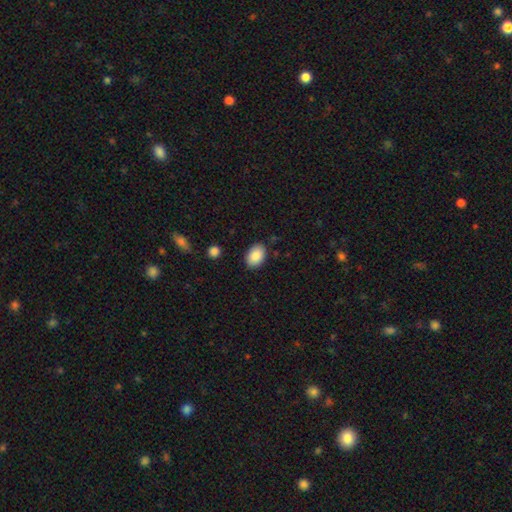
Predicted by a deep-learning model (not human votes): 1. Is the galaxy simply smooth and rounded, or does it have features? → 88% smooth, 7% star or artifact, 5% featured or disk.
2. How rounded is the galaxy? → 85% in between, 13% round, 1% cigar-shaped.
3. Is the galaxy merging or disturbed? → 85% none, 11% minor disturbance, 2% major disturbance, 2% merger.